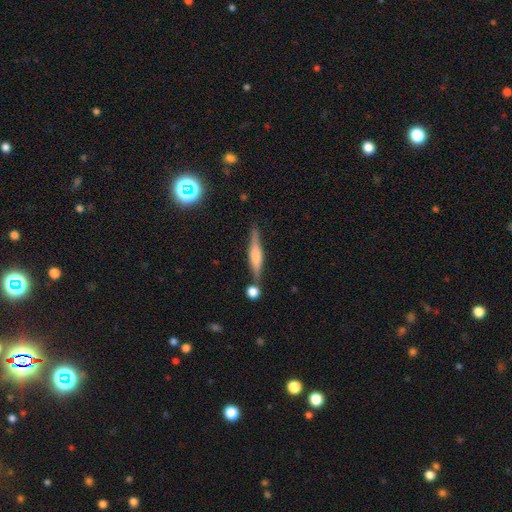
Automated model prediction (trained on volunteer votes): This appears to be a featured or disk galaxy (56%) viewed edge-on (96%) with a rounded central bulge (54%). Merging: none (72%).